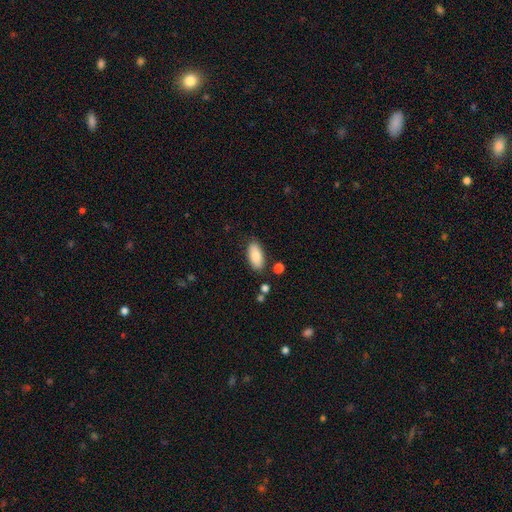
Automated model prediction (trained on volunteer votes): Smooth or featured?
  - smooth: 81% *
  - featured or disk: 12%
  - star or artifact: 7%
How rounded?
  - in between: 91% *
  - cigar-shaped: 7%
  - round: 3%
Merging?
  - none: 83% *
  - minor disturbance: 11%
  - merger: 3%
  - major disturbance: 2%